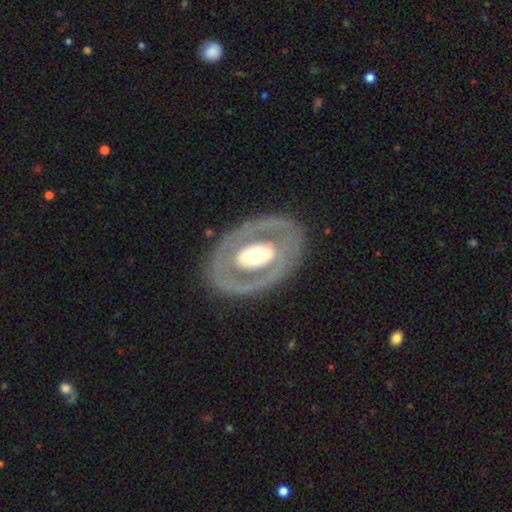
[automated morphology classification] Smooth or featured: featured or disk — 70% (smooth — 26%)
Edge-on disk: no — 92% (yes — 8%)
Bar: no — 68% (weak — 19%)
Spiral arms: no — 77% (yes — 23%)
Bulge size: moderate — 60% (large — 29%)
Merging: none — 80% (minor disturbance — 12%)